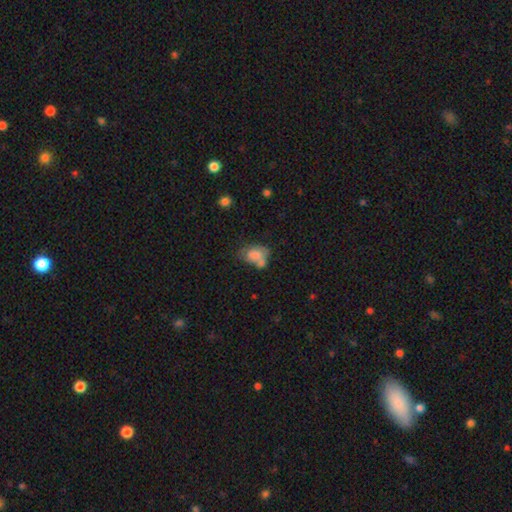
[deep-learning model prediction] smooth-or-featured: smooth: 74% | featured or disk: 16% | star or artifact: 9%
  how-rounded: in between: 79% | round: 19% | cigar-shaped: 1%
  merging: merger: 36% | none: 31% | minor disturbance: 21% | major disturbance: 11%